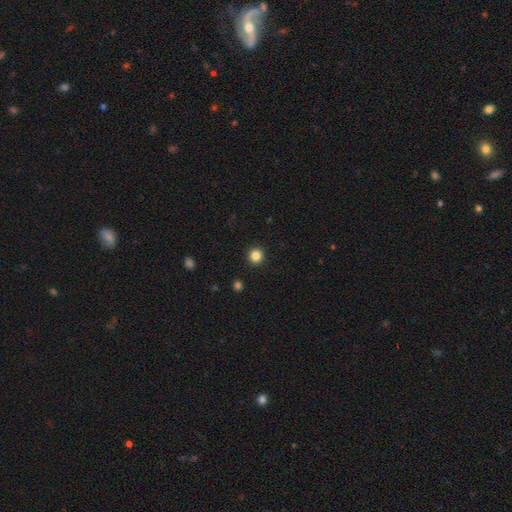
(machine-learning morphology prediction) A smooth galaxy with no disk features (85%) that is round (94%). Merging: none (93%).